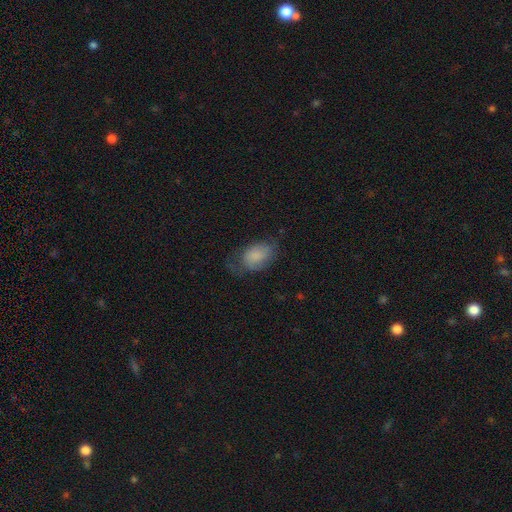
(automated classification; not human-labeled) Overall: smooth (69%). How rounded: in between (88%). Merging: none (48%; minor disturbance 30%).